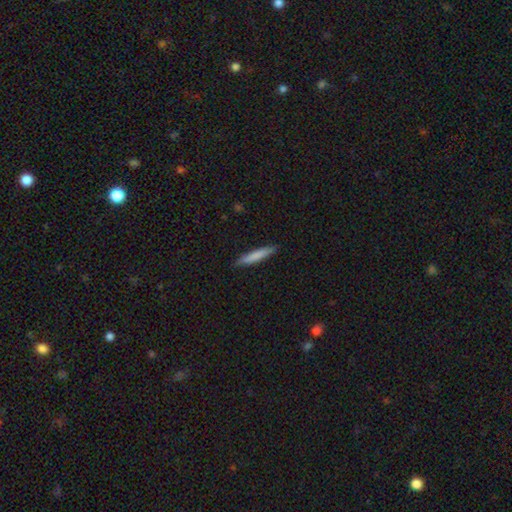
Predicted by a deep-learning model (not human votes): A smooth galaxy with no disk features (75%) that is cigar-shaped (93%).

Vote fractions:
- Smooth or featured? smooth: 75% / featured or disk: 19% / star or artifact: 5%
- How rounded? cigar-shaped: 93% / in between: 6% / round: 1%
- Merging? none: 89% / minor disturbance: 8% / major disturbance: 2% / merger: 1%